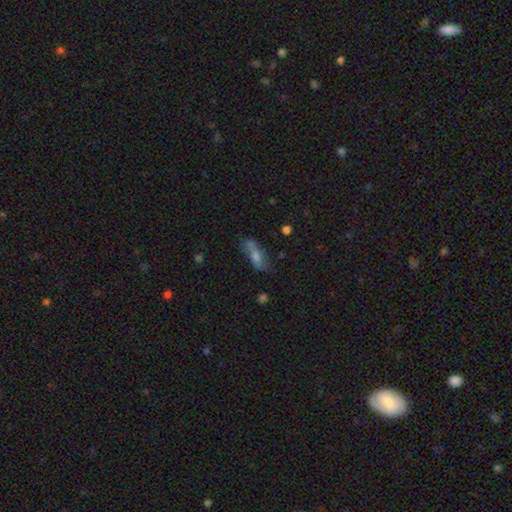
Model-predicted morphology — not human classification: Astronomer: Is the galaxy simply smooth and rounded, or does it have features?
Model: smooth — 46% (runner-up: featured or disk, 39%).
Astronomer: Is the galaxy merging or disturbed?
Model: none — 55%.